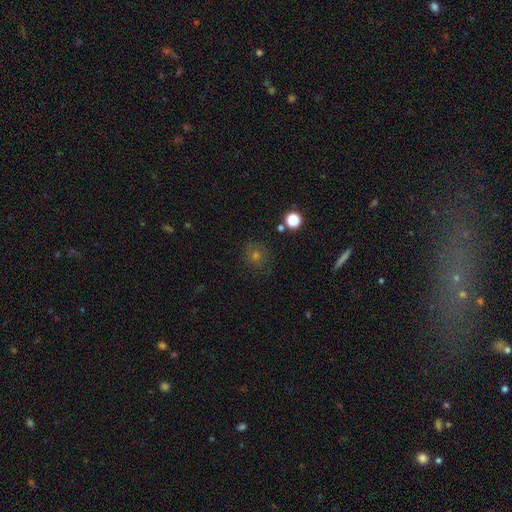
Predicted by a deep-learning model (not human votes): smooth_or_featured: smooth (p=0.56) [alt: star or artifact p=0.28]
how_rounded: round (p=0.89) [alt: in between p=0.10]
merging: none (p=0.84) [alt: minor disturbance p=0.10]